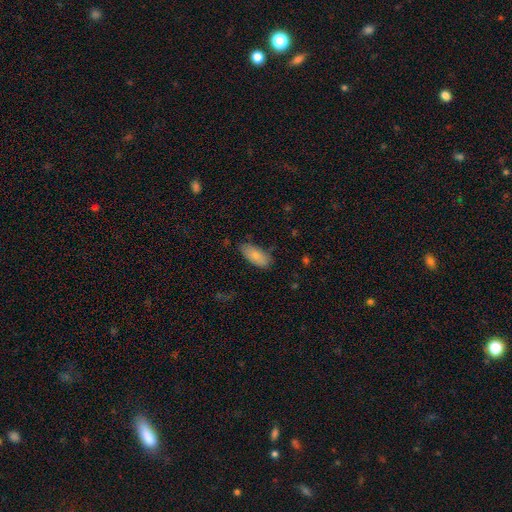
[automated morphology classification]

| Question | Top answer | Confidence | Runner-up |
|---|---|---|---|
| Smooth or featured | smooth | 85% | featured or disk (9%) |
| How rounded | in between | 87% | cigar-shaped (11%) |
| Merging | none | 71% | minor disturbance (22%) |